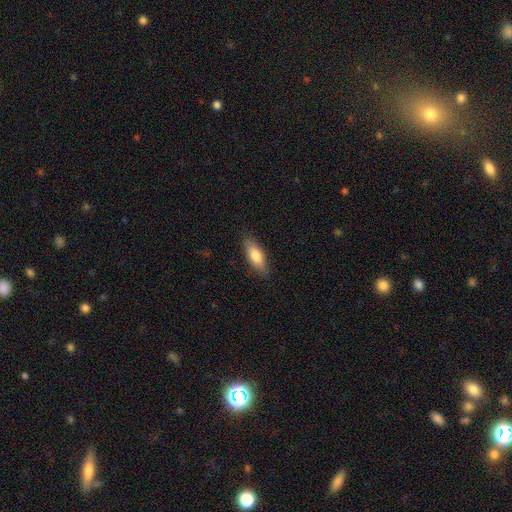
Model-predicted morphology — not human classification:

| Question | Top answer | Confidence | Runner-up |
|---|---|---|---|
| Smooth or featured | smooth | 77% | featured or disk (17%) |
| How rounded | in between | 68% | cigar-shaped (30%) |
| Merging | none | 85% | minor disturbance (11%) |